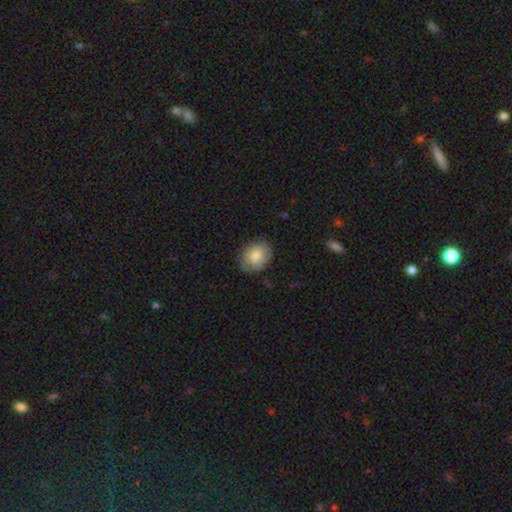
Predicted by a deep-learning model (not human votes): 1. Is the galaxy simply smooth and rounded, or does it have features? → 80% smooth, 13% featured or disk, 7% star or artifact.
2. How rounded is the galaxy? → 51% round, 48% in between, 1% cigar-shaped.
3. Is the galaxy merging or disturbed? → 78% none, 17% minor disturbance, 4% major disturbance, 1% merger.